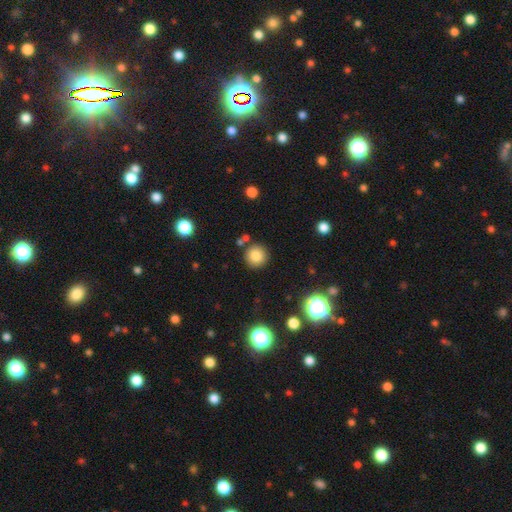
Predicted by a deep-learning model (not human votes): smooth_or_featured: smooth (p=0.82) [alt: star or artifact p=0.11]
how_rounded: round (p=0.94) [alt: in between p=0.05]
merging: none (p=0.85) [alt: minor disturbance p=0.07]